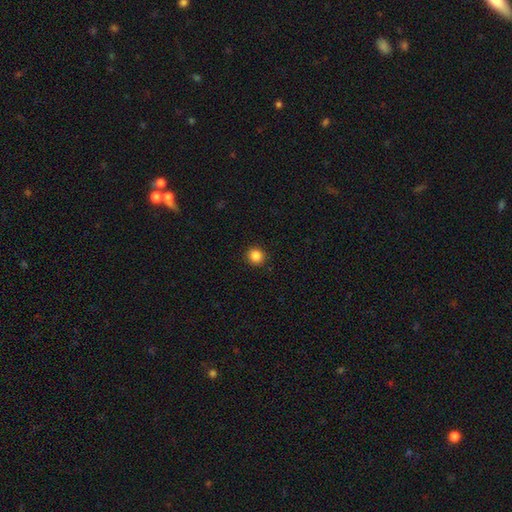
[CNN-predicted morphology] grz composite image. It shows a smooth galaxy with no disk features (86%) that is round (91%). Merging: none (92%).